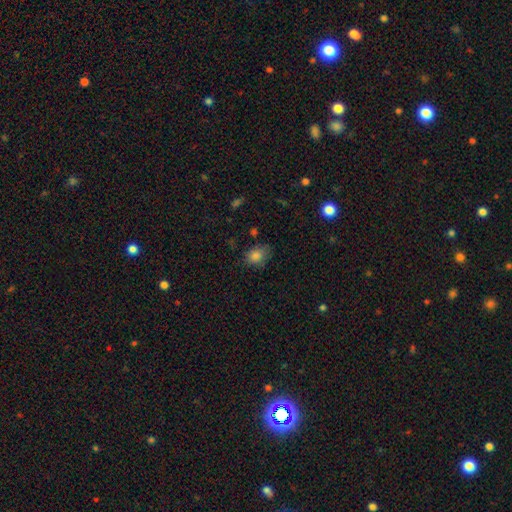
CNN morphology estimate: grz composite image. It shows a smooth galaxy with no disk features (83%) that is in between round and cigar-shaped (66%). Merging: none (66%).